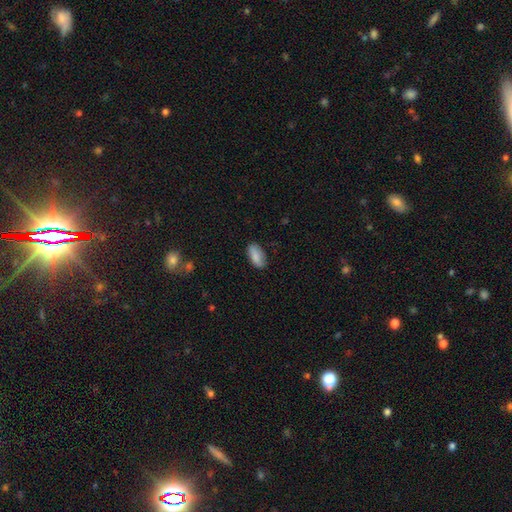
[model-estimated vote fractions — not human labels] Smooth or featured?
  - smooth: 85% *
  - featured or disk: 8%
  - star or artifact: 7%
How rounded?
  - in between: 89% *
  - cigar-shaped: 9%
  - round: 3%
Merging?
  - none: 79% *
  - minor disturbance: 17%
  - major disturbance: 3%
  - merger: 1%